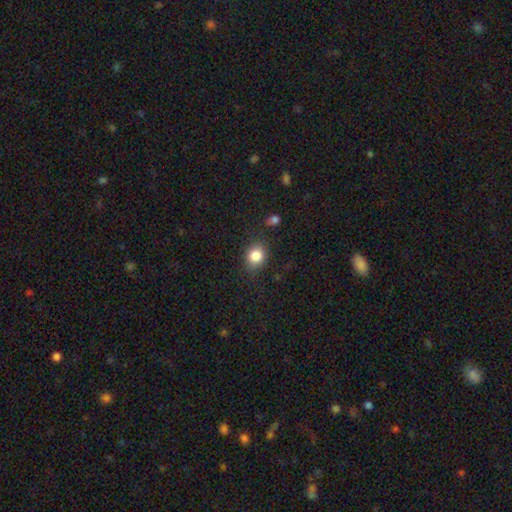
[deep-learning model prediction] A smooth galaxy with no disk features (84%) that is round (65%).

Vote fractions:
- Smooth or featured? smooth: 84% / star or artifact: 10% / featured or disk: 6%
- How rounded? round: 65% / in between: 34% / cigar-shaped: 1%
- Merging? none: 77% / minor disturbance: 15% / major disturbance: 5% / merger: 3%